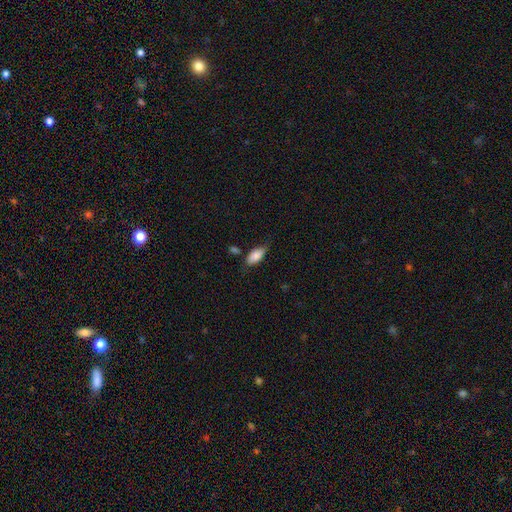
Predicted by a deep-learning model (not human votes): This appears to be a smooth galaxy with no disk features (84%) that is in between round and cigar-shaped (89%). Merging: none (62%).